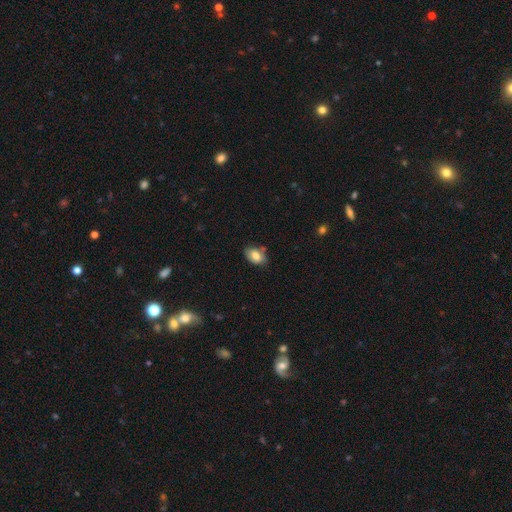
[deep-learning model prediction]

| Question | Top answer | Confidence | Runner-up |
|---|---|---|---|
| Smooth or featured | smooth | 76% | featured or disk (17%) |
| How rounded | in between | 90% | round (9%) |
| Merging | none | 72% | minor disturbance (19%) |